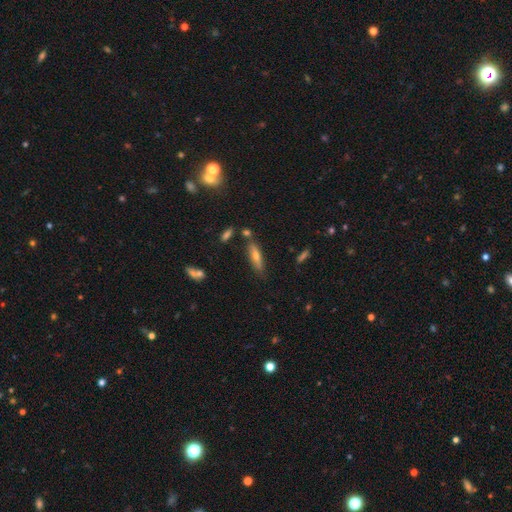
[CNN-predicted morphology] Smooth or featured?
  - smooth: 52% *
  - featured or disk: 38%
  - star or artifact: 10%
How rounded?
  - cigar-shaped: 71% *
  - in between: 27%
  - round: 2%
Merging?
  - none: 76% *
  - minor disturbance: 14%
  - merger: 7%
  - major disturbance: 3%